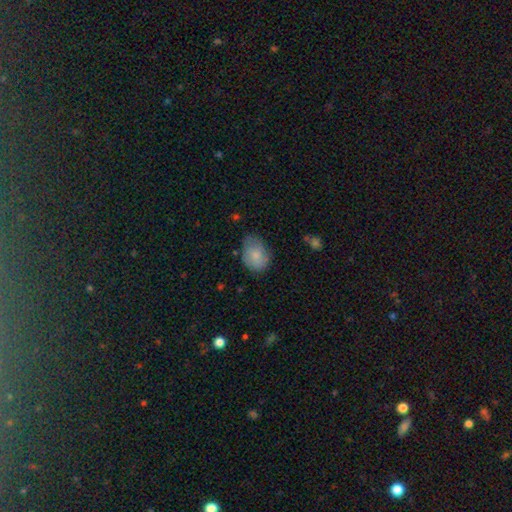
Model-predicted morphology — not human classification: Smooth or featured? Predicted: smooth (p=0.78). How rounded? Predicted: in between (p=0.72). Merging? Predicted: none (p=0.61).